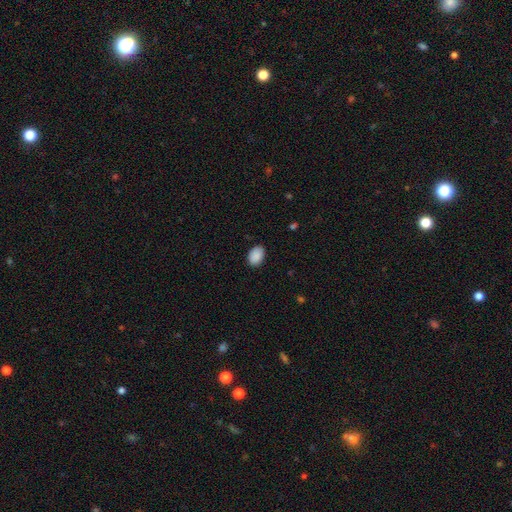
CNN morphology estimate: Smooth or featured? Predicted: smooth (p=0.91). How rounded? Predicted: in between (p=0.86). Merging? Predicted: none (p=0.87).